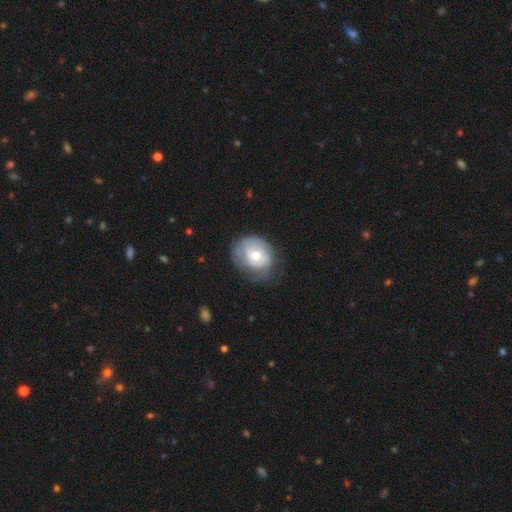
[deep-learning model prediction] A featured or disk galaxy (60%) with no bar (75%), spiral arms (71%) and a moderate central bulge (67%).

Vote fractions:
- Smooth or featured? featured or disk: 60% / smooth: 34% / star or artifact: 6%
- Edge-on disk? no: 97% / yes: 3%
- Bar? no: 75% / weak: 21% / strong: 4%
- Spiral arms? yes: 71% / no: 29%
- Bulge size? moderate: 67% / small: 26% / large: 6% / none: 1% / dominant: 1%
- Merging? none: 55% / minor disturbance: 28% / major disturbance: 15% / merger: 1%